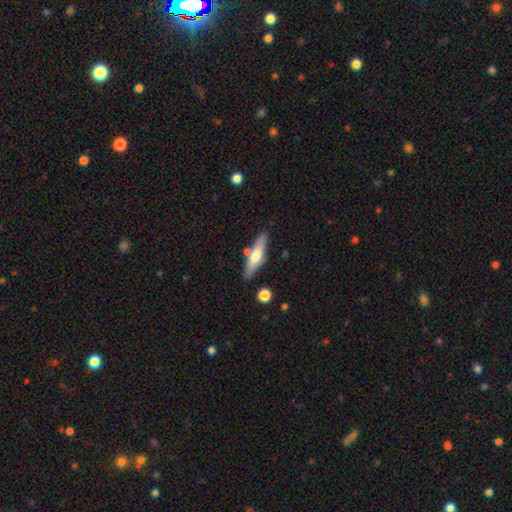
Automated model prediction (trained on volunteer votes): This is possibly a smooth galaxy (54%). How rounded: likely cigar-shaped (71%). Merging: likely none (77%).